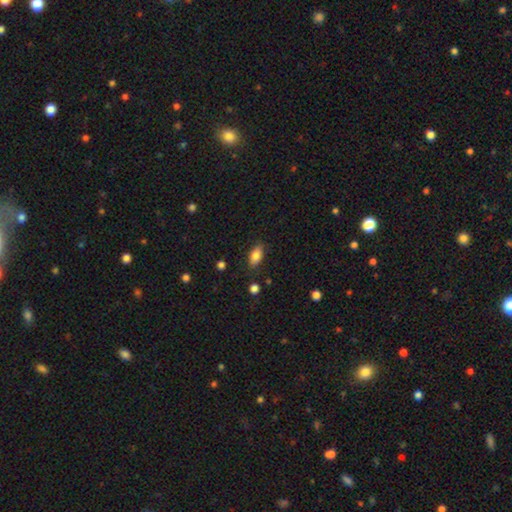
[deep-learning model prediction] Smooth or featured?
  - smooth: 83% *
  - featured or disk: 9%
  - star or artifact: 8%
How rounded?
  - in between: 89% *
  - cigar-shaped: 6%
  - round: 5%
Merging?
  - none: 83% *
  - minor disturbance: 13%
  - major disturbance: 3%
  - merger: 2%